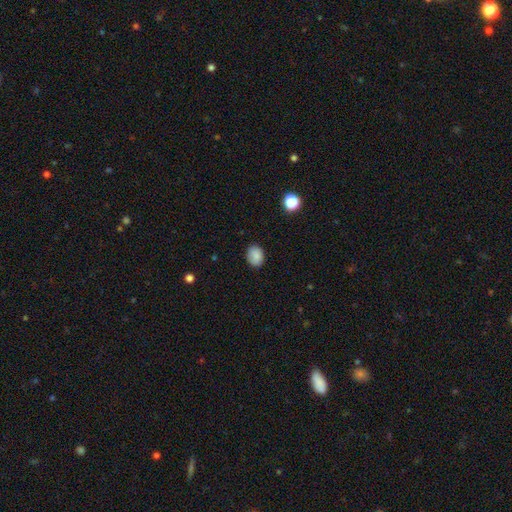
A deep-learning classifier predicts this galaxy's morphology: smooth 86%, star or artifact 9%, featured or disk 5%. Down the decision tree: how rounded — in between (58%); merging — none (85%).